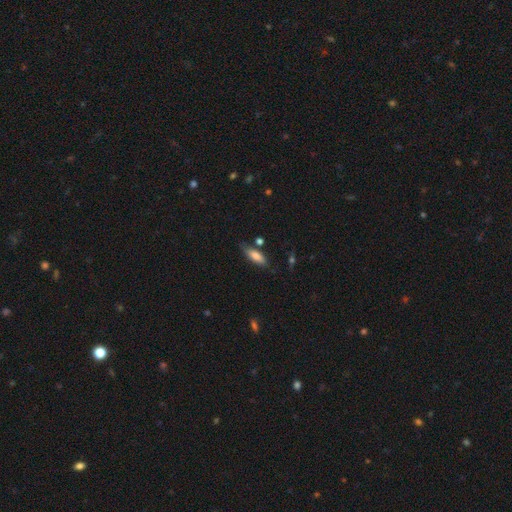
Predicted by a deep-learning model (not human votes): Smooth or featured? smooth (78%)
How rounded? in between (61%)
Merging? none (71%)